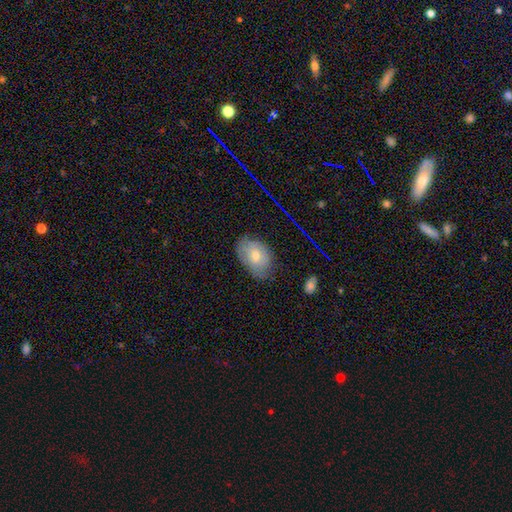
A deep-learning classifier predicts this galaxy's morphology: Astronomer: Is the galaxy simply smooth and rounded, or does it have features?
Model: smooth — 59%.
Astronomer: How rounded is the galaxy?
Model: in between — 80%.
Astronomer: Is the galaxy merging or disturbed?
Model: none — 65%.